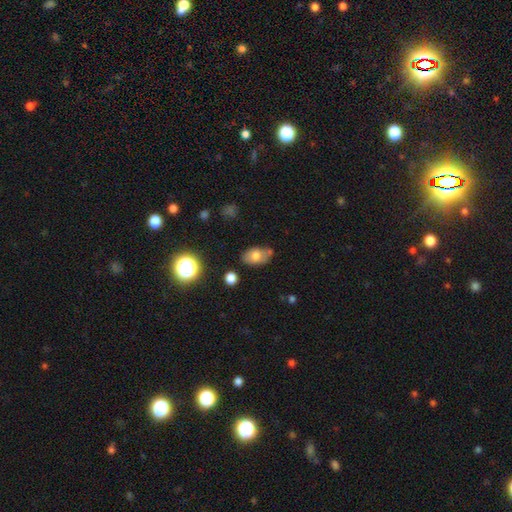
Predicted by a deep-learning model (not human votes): Morphology: type=smooth (71%); roundness=in between (87%); merging=none (66%).